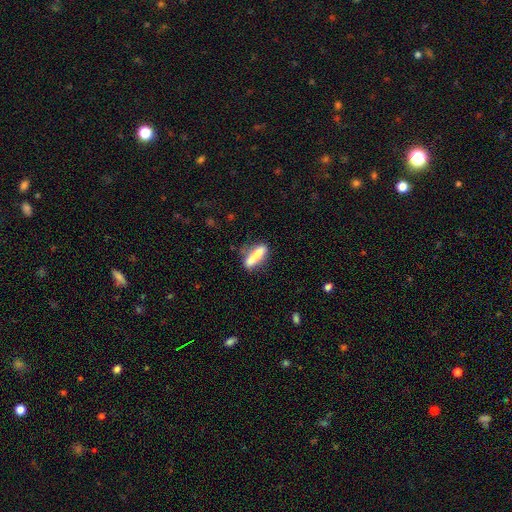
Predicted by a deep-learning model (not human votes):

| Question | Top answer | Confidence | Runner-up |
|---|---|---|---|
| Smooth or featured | smooth | 74% | featured or disk (18%) |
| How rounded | cigar-shaped | 76% | in between (22%) |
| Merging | none | 73% | minor disturbance (17%) |